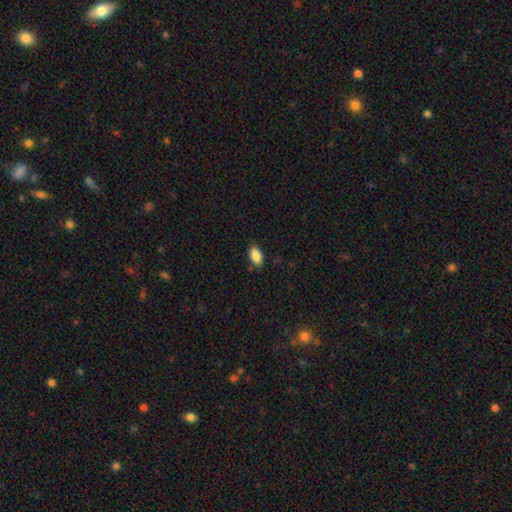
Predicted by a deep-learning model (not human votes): This appears to be a smooth galaxy with no disk features (88%) that is in between round and cigar-shaped (93%). Merging: none (86%).